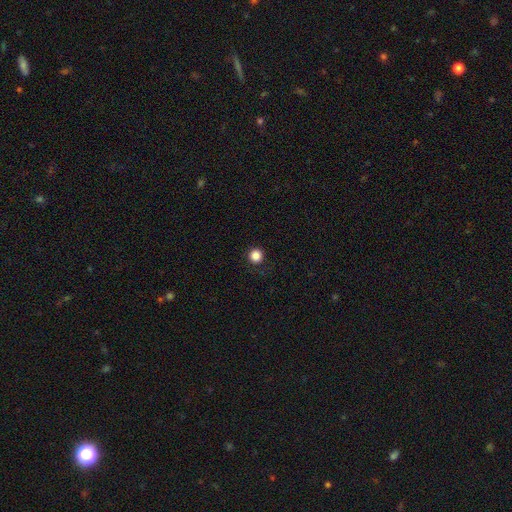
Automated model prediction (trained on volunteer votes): smooth_or_featured: smooth (p=0.87) [alt: star or artifact p=0.11]
how_rounded: round (p=0.96) [alt: in between p=0.03]
merging: none (p=0.92) [alt: minor disturbance p=0.05]